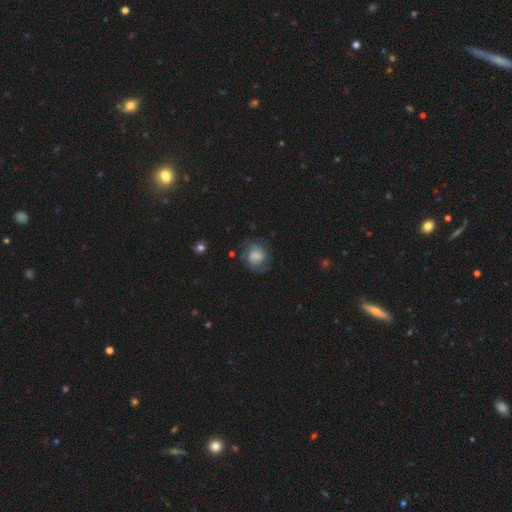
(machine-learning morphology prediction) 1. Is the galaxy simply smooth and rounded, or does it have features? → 53% featured or disk, 38% smooth, 9% star or artifact.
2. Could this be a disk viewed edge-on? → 98% no, 2% yes.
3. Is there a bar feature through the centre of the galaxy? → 51% no, 40% weak, 9% strong.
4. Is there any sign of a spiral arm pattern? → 87% yes, 13% no.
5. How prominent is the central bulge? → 25% small (tied), 25% moderate (tied), 24% none, 22% large, 4% dominant.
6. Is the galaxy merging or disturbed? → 65% none, 20% minor disturbance, 13% major disturbance, 2% merger.